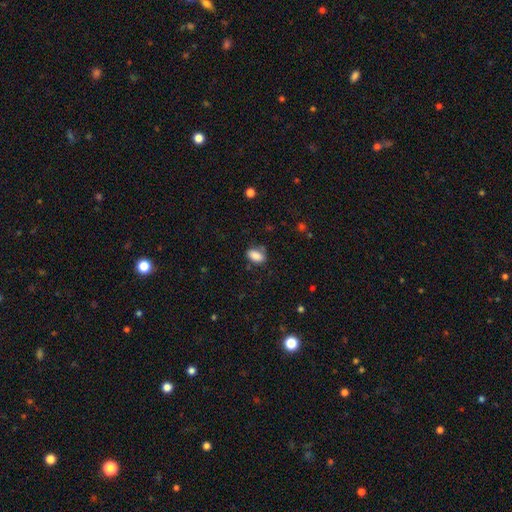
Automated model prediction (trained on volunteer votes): This is clearly a smooth galaxy (87%). How rounded: clearly in between (89%). Merging: likely none (73%).